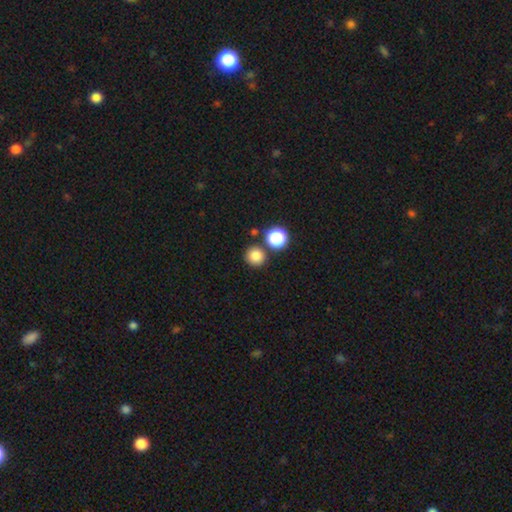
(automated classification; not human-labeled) Smooth or featured? Predicted: smooth (p=0.82). How rounded? Predicted: round (p=0.93). Merging? Predicted: none (p=0.81).